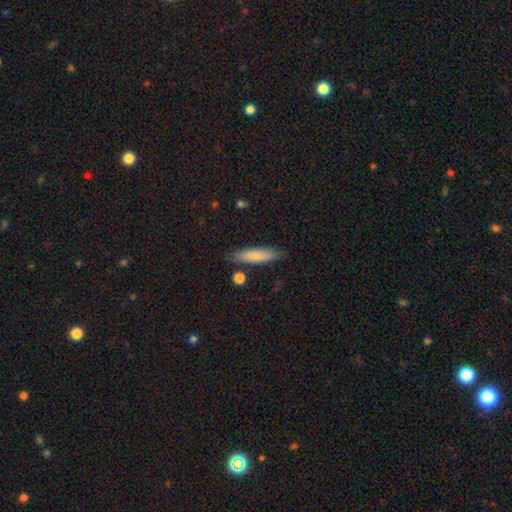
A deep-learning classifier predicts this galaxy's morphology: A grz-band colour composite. It shows a smooth galaxy with no disk features (77%) that is cigar-shaped (75%). Merging: none (82%).